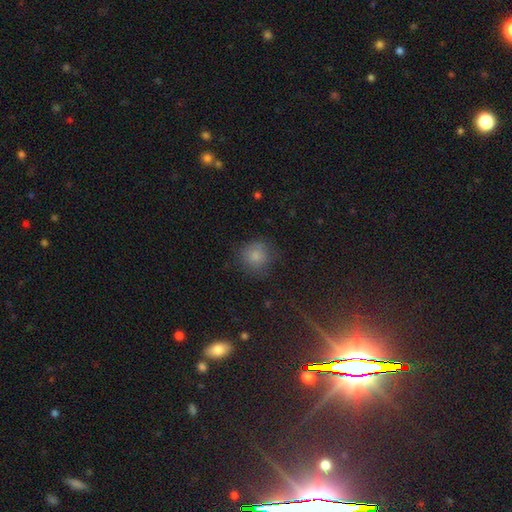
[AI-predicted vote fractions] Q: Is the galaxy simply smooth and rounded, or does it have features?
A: smooth — 78%.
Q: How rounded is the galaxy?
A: round — 89%.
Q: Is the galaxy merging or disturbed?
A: none — 72%.